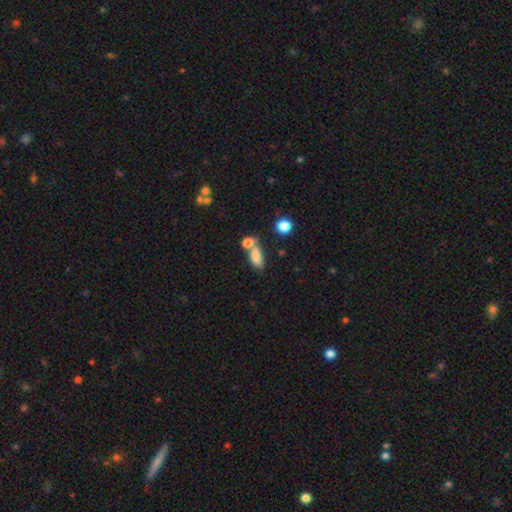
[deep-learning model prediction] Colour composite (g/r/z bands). It shows a smooth galaxy with no disk features (81%) that is in between round and cigar-shaped (82%). Merging: none (41%).